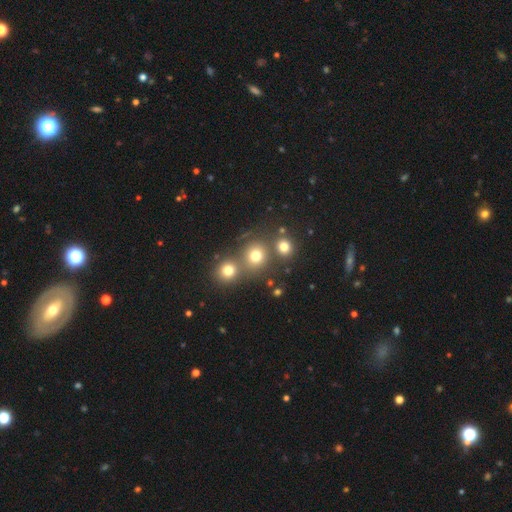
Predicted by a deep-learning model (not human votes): The model was most divided on "merging": none: 60%, merger: 29%, minor disturbance: 8%, major disturbance: 4%. More confident: how rounded — round (87%); smooth or featured — smooth (74%).